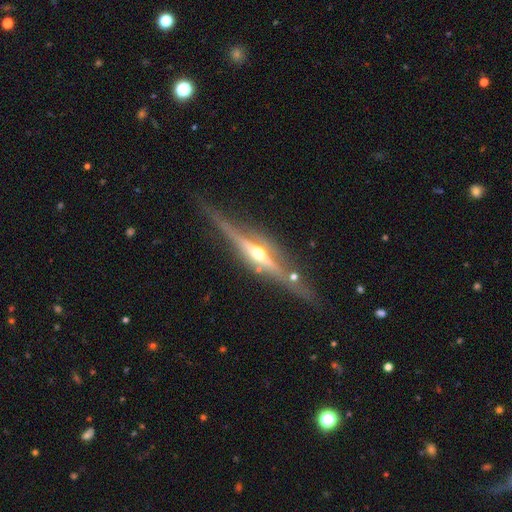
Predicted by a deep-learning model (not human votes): A featured or disk galaxy (86%) viewed edge-on (97%) with a rounded central bulge (91%).

Vote fractions:
- Smooth or featured? featured or disk: 86% / smooth: 8% / star or artifact: 6%
- Edge-on disk? yes: 97% / no: 3%
- Edge-on bulge? rounded: 91% / boxy: 5% / none: 4%
- Merging? none: 83% / minor disturbance: 11% / major disturbance: 3% / merger: 3%